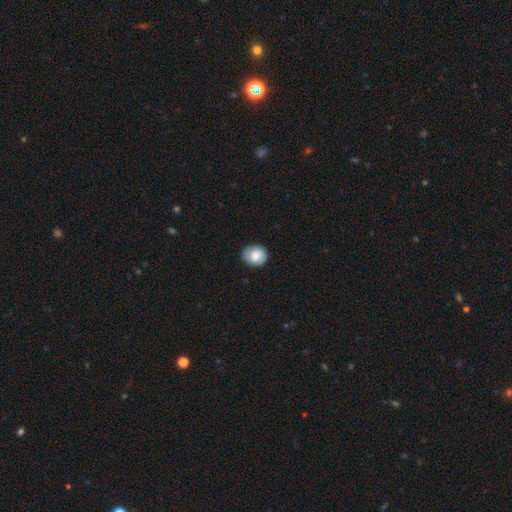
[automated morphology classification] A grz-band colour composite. It shows a smooth galaxy with no disk features (78%) that is round (69%). Merging: none (82%).